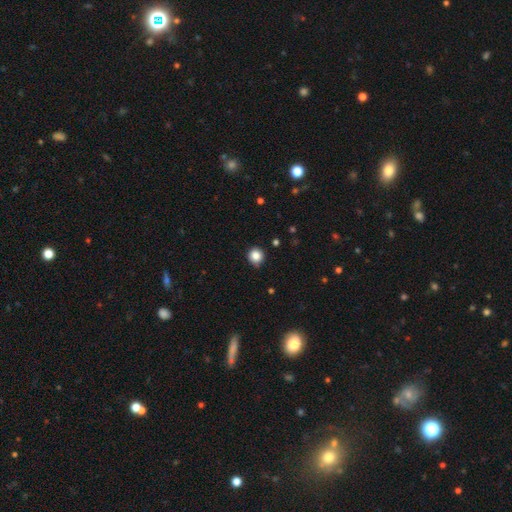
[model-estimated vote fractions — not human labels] This appears to be a smooth galaxy with no disk features (85%) that is round (91%). Merging: none (89%).